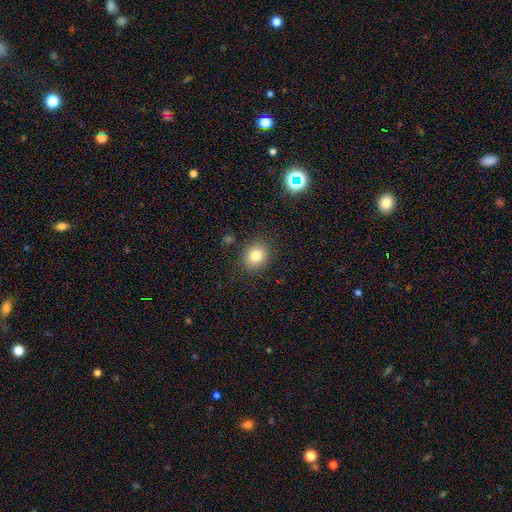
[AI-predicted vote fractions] smooth_or_featured: smooth (p=0.80) [alt: star or artifact p=0.11]
how_rounded: round (p=0.61) [alt: in between p=0.38]
merging: none (p=0.85) [alt: minor disturbance p=0.10]